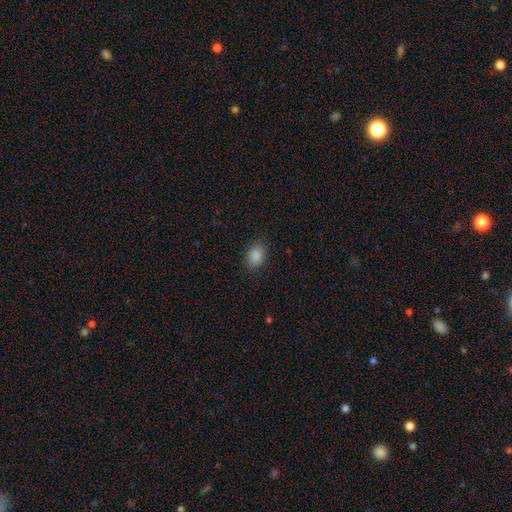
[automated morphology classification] The model was most divided on "how rounded": in between: 75%, round: 24%, cigar-shaped: 1%. More confident: smooth or featured — smooth (88%); merging — none (85%).